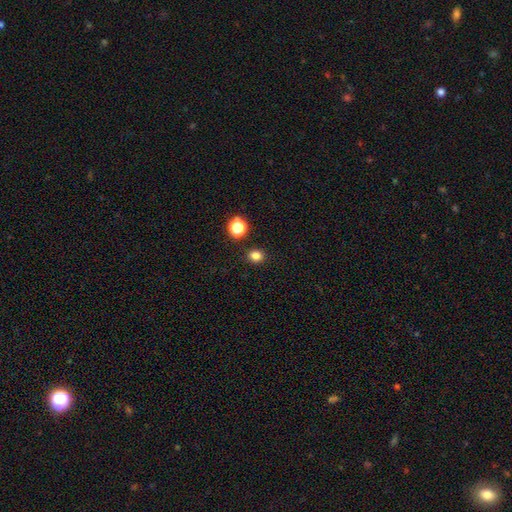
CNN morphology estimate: Smooth or featured: smooth — 81% (star or artifact — 15%)
How rounded: round — 78% (in between — 21%)
Merging: none — 90% (minor disturbance — 6%)